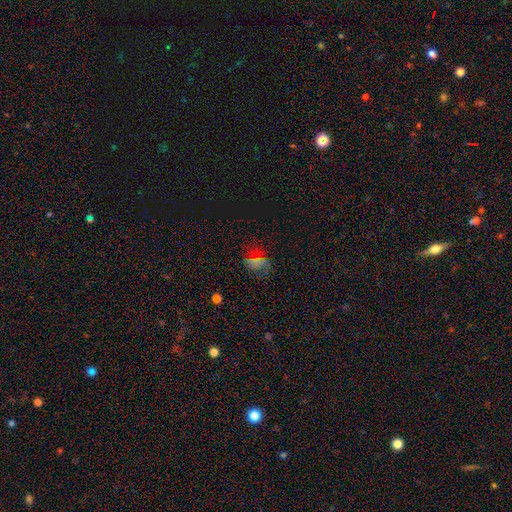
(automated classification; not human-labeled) The model was most divided on "smooth or featured": smooth: 49%, star or artifact: 38%, featured or disk: 13%. More confident: merging — none (61%).